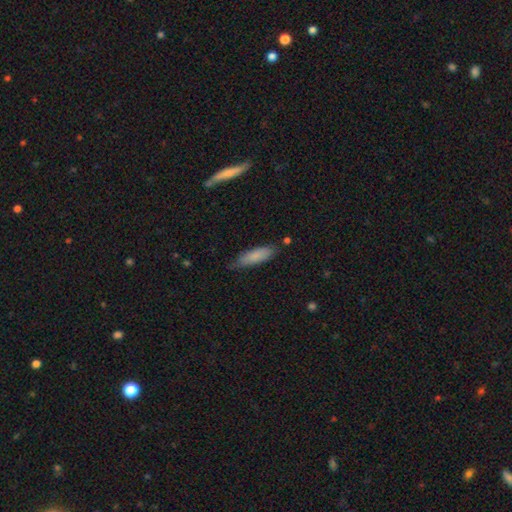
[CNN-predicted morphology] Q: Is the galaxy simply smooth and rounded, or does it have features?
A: smooth — 80%.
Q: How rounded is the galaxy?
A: cigar-shaped — 55%.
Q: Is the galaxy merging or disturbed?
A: none — 71%.